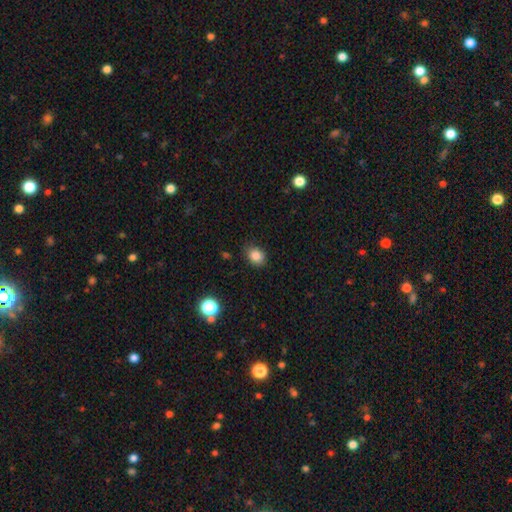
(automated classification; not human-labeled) Smooth or featured?
  - smooth: 84% *
  - star or artifact: 11%
  - featured or disk: 5%
How rounded?
  - round: 50% *
  - in between: 49%
  - cigar-shaped: 1%
Merging?
  - none: 82% *
  - minor disturbance: 13%
  - major disturbance: 3%
  - merger: 1%